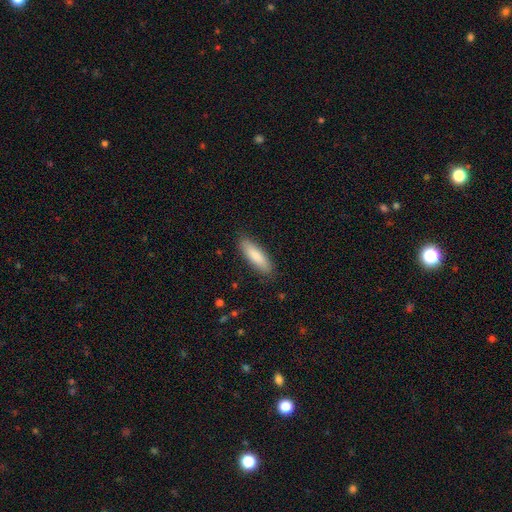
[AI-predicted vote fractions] smooth-or-featured: smooth: 85% | featured or disk: 10% | star or artifact: 5%
  how-rounded: cigar-shaped: 58% | in between: 41% | round: 1%
  merging: none: 87% | minor disturbance: 10% | major disturbance: 2% | merger: 1%